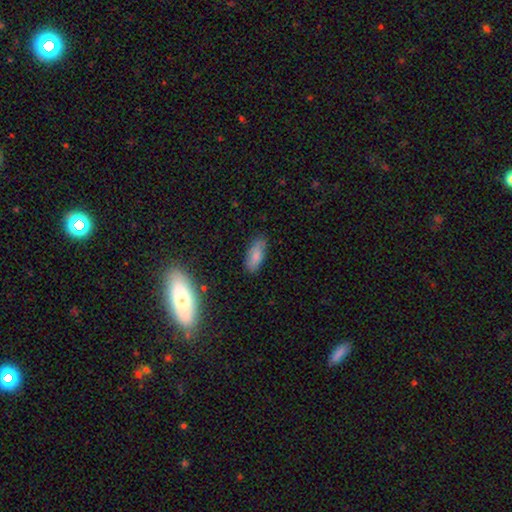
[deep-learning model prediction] Smooth or featured: smooth — 80% (featured or disk — 11%)
How rounded: in between — 81% (cigar-shaped — 16%)
Merging: none — 77% (minor disturbance — 18%)